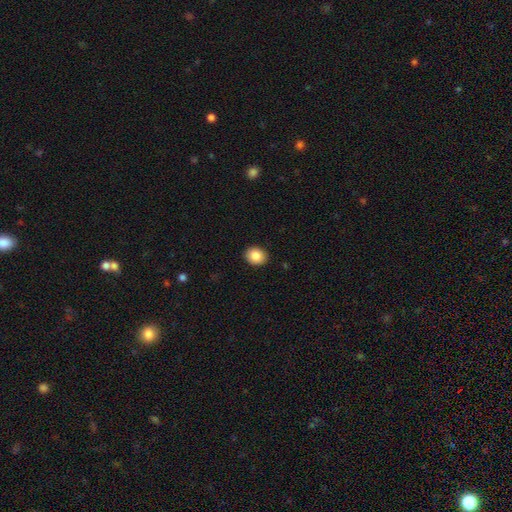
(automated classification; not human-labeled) Overall: smooth (86%). How rounded: round (59%; in between 40%). Merging: none (91%).